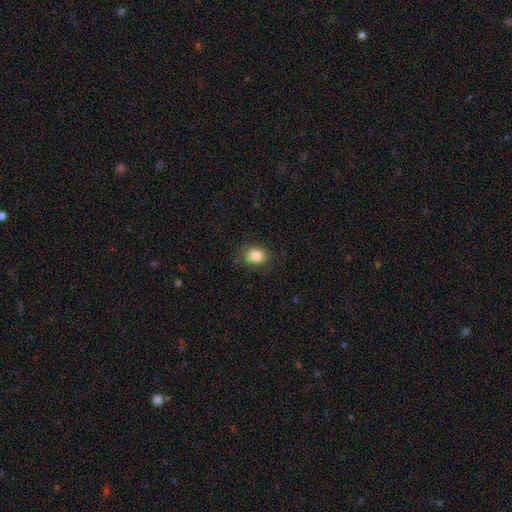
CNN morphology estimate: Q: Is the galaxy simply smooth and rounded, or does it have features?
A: smooth — 85%.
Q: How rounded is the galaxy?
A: in between — 60%.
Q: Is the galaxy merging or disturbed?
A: none — 84%.